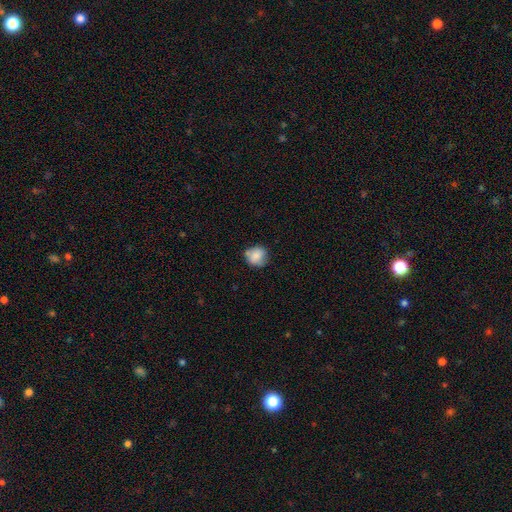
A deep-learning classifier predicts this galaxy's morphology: A smooth galaxy with no disk features (81%) that is round (81%). Merging: none (67%).